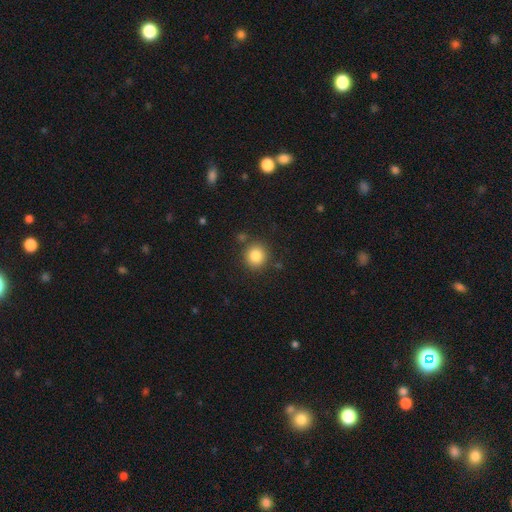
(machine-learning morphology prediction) Overall: smooth (84%). How rounded: round (91%). Merging: none (85%).